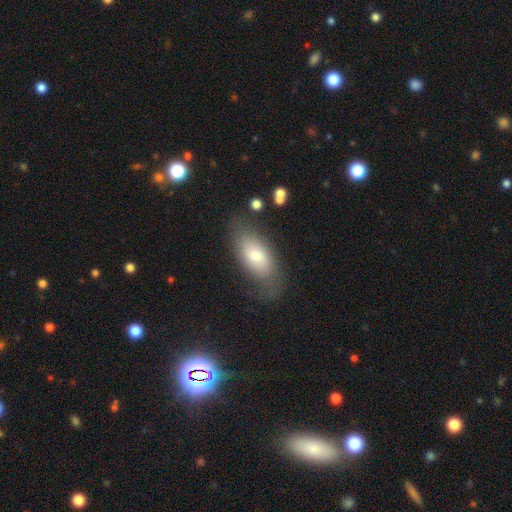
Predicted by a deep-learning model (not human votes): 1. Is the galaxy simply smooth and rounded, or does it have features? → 70% smooth, 22% featured or disk, 8% star or artifact.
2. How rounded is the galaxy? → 88% in between, 9% cigar-shaped, 4% round.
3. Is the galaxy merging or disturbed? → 68% none, 20% minor disturbance, 9% major disturbance, 2% merger.